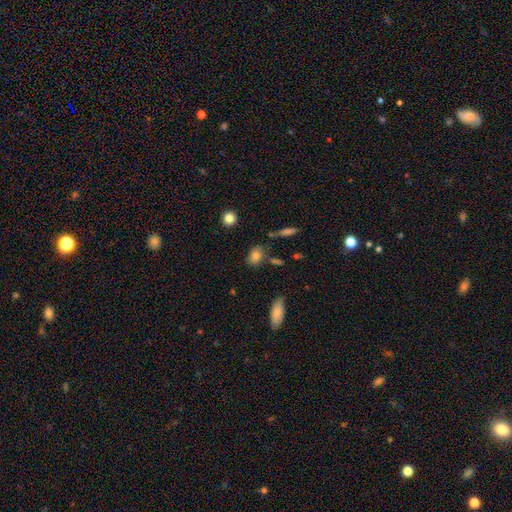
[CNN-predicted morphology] A smooth galaxy with no disk features (81%) that is in between round and cigar-shaped (80%).

Vote fractions:
- Smooth or featured? smooth: 81% / star or artifact: 10% / featured or disk: 9%
- How rounded? in between: 80% / round: 17% / cigar-shaped: 3%
- Merging? none: 73% / minor disturbance: 16% / merger: 7% / major disturbance: 4%